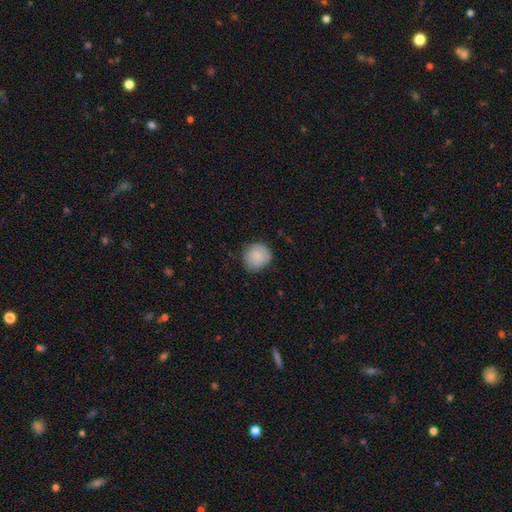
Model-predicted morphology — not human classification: smooth-or-featured: smooth: 86% | featured or disk: 7% | star or artifact: 7%
  how-rounded: round: 89% | in between: 11% | cigar-shaped: 1%
  merging: none: 77% | minor disturbance: 19% | major disturbance: 3% | merger: 1%